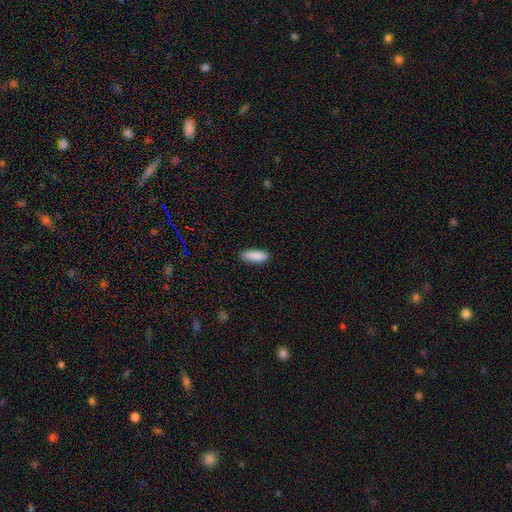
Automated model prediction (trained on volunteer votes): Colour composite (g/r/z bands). It shows a smooth galaxy with no disk features (90%) that is in between round and cigar-shaped (63%). Merging: none (89%).